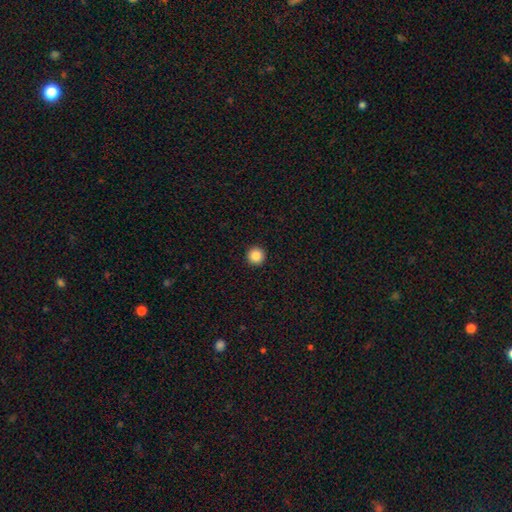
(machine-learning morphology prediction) Smooth or featured?
  - smooth: 86% *
  - star or artifact: 10%
  - featured or disk: 4%
How rounded?
  - round: 97% *
  - in between: 3%
  - cigar-shaped: 1%
Merging?
  - none: 94% *
  - minor disturbance: 4%
  - major disturbance: 1%
  - merger: 1%